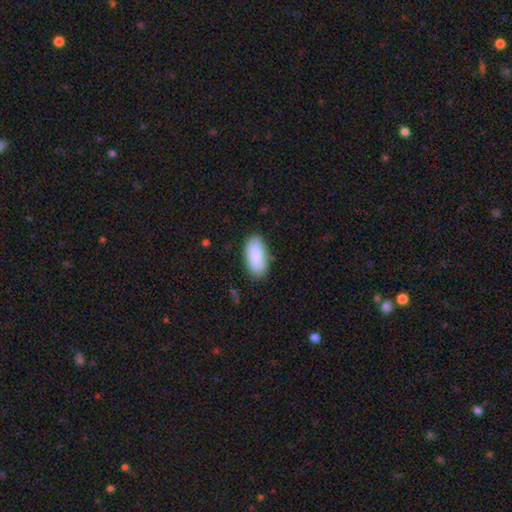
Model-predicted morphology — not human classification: smooth 89%, star or artifact 6%, featured or disk 4%. Down the decision tree: how rounded — in between (92%); merging — none (83%).